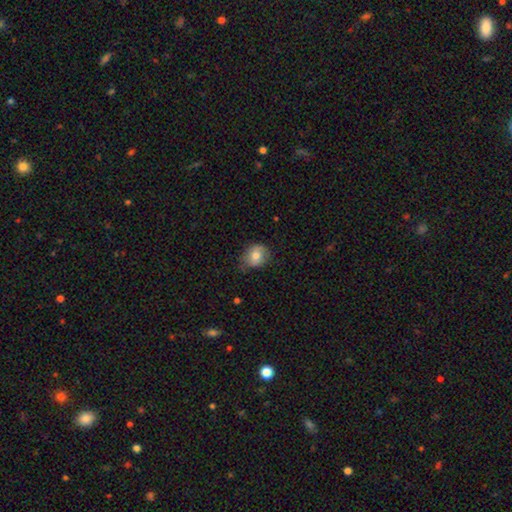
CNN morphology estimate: type=smooth (75%); roundness=round (60%); merging=none (63%).